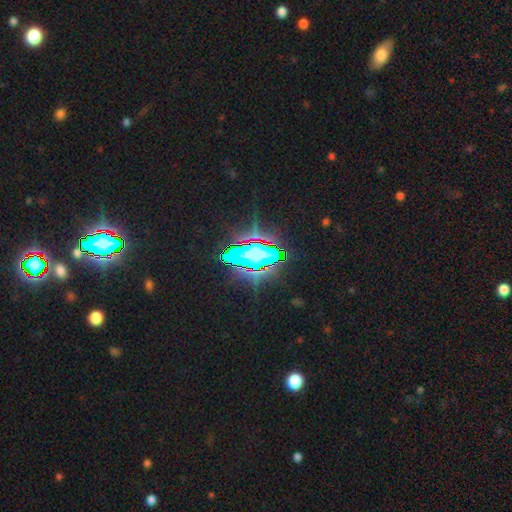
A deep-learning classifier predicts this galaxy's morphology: Smooth or featured? star or artifact (62%)